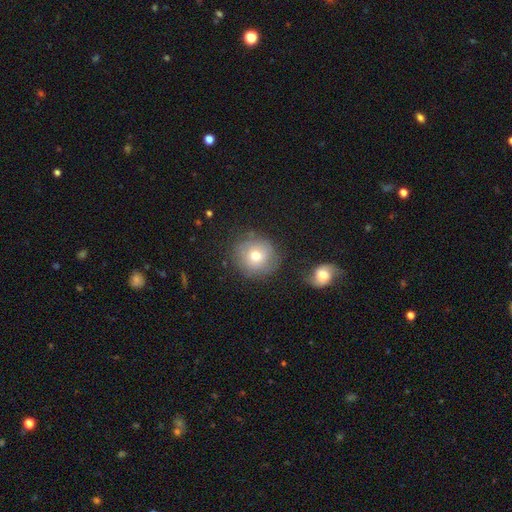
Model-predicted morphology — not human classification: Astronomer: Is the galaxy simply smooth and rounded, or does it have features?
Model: smooth — 67%.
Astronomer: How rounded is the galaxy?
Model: round — 90%.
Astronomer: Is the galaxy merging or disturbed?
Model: none — 76%.